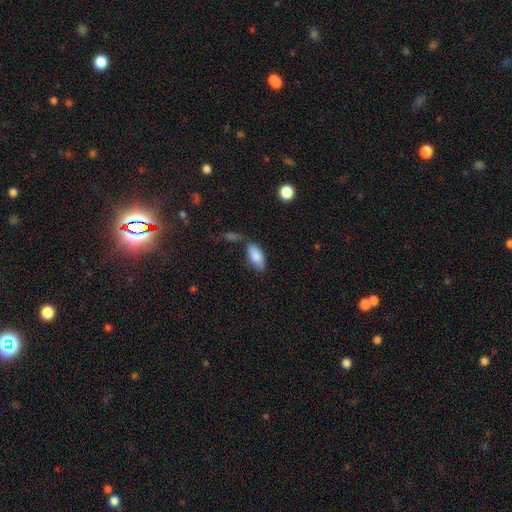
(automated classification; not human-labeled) Morphology: type=smooth (85%); roundness=in between (90%); merging=none (59%).